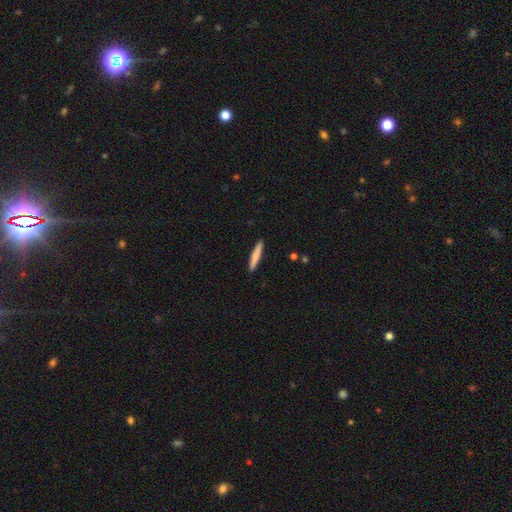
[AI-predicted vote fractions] Smooth or featured? Predicted: smooth (p=0.74). How rounded? Predicted: cigar-shaped (p=0.94). Merging? Predicted: none (p=0.91).